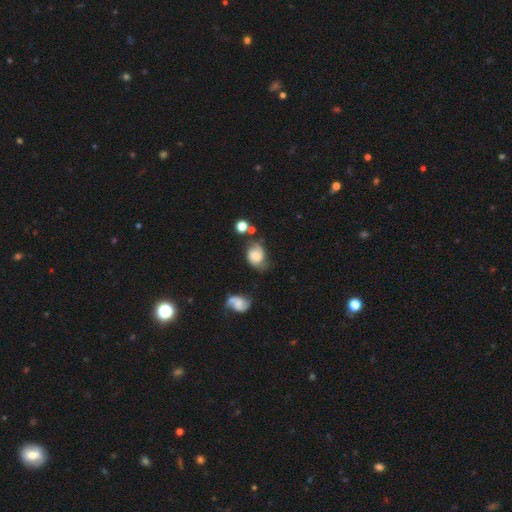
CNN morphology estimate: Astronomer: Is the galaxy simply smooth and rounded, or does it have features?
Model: smooth — 49% (runner-up: featured or disk, 42%).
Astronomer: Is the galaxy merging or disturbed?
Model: none — 46% (runner-up: minor disturbance, 31%).